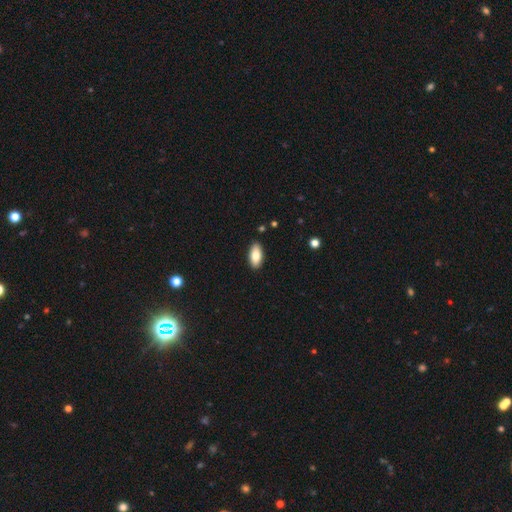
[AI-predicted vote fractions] This appears to be a smooth galaxy with no disk features (82%) that is in between round and cigar-shaped (91%). Merging: none (89%).